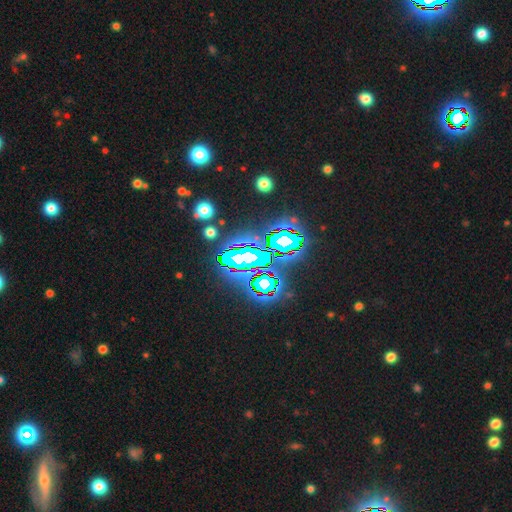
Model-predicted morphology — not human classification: smooth_or_featured: star or artifact (p=0.82) [alt: smooth p=0.10]